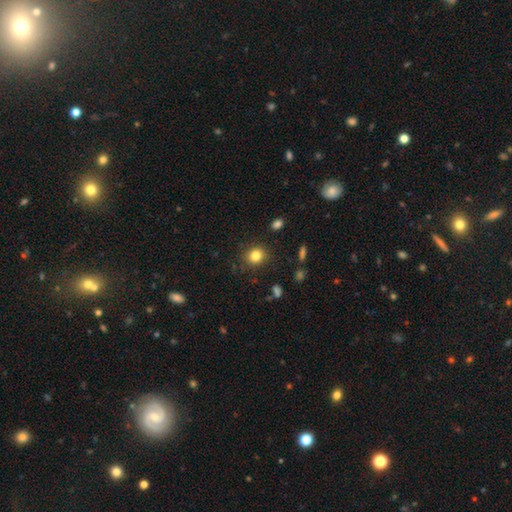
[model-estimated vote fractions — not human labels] Smooth or featured? Predicted: smooth (p=0.83). How rounded? Predicted: round (p=0.79). Merging? Predicted: none (p=0.87).